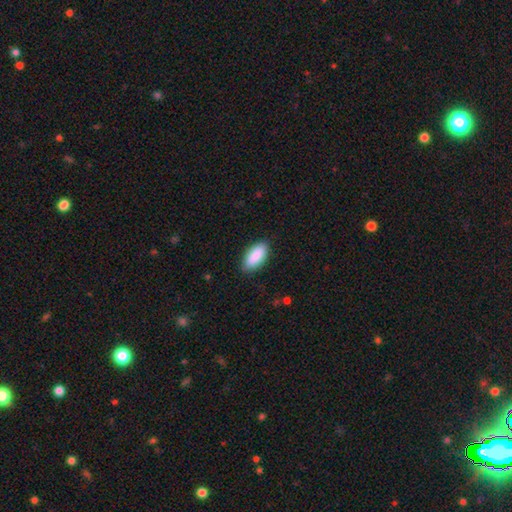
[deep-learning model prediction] smooth 89%, star or artifact 6%, featured or disk 5%. Down the decision tree: how rounded — in between (90%); merging — none (86%).